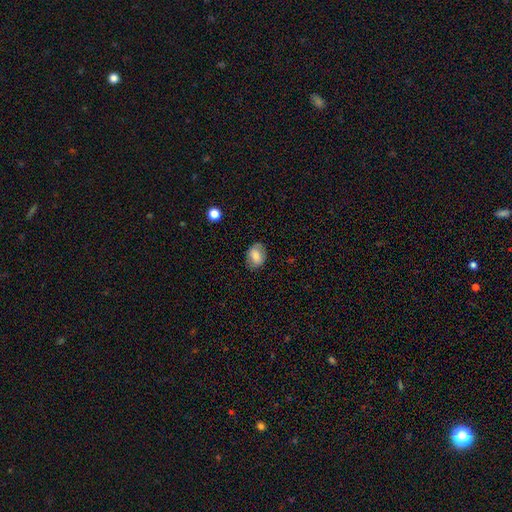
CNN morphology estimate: smooth_or_featured: smooth (p=0.71) [alt: featured or disk p=0.21]
how_rounded: in between (p=0.69) [alt: round p=0.30]
merging: none (p=0.82) [alt: minor disturbance p=0.13]